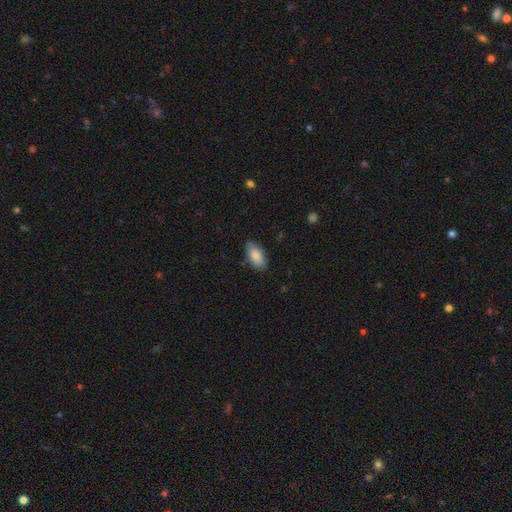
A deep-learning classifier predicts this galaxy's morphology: Overall: smooth (85%). How rounded: in between (91%). Merging: none (82%).